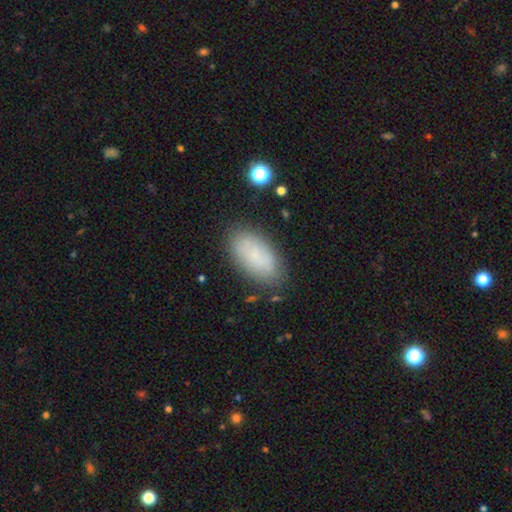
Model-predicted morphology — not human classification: Smooth or featured? Predicted: smooth (p=0.74). How rounded? Predicted: in between (p=0.93). Merging? Predicted: none (p=0.79).